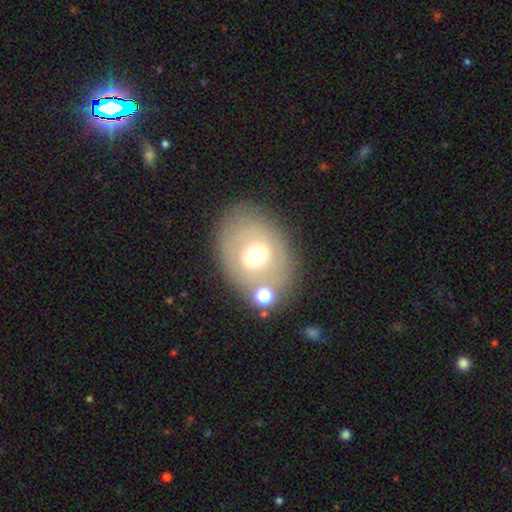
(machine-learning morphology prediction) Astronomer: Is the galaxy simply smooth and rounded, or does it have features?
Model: smooth — 54% (runner-up: featured or disk, 34%).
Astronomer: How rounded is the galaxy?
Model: in between — 57% (runner-up: round, 41%).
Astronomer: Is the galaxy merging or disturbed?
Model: none — 70%.